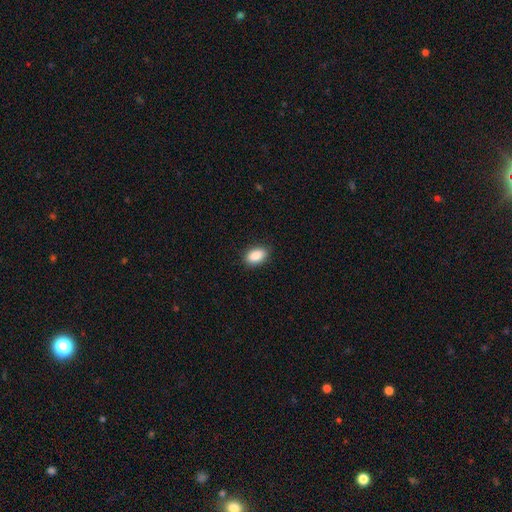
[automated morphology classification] This is clearly a smooth galaxy (89%). How rounded: clearly in between (90%). Merging: clearly none (85%).